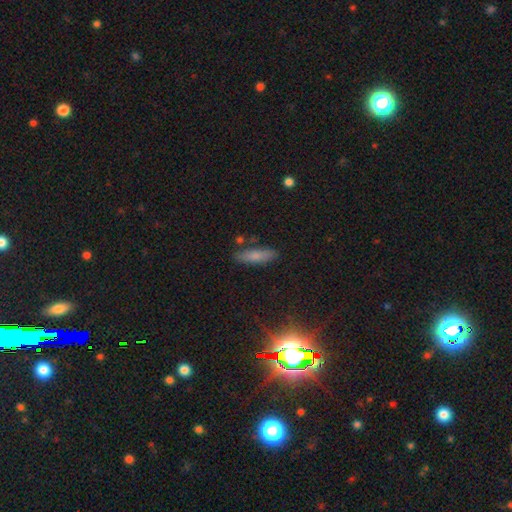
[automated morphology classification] Smooth or featured? smooth (73%)
How rounded? cigar-shaped (60%)
Merging? none (81%)